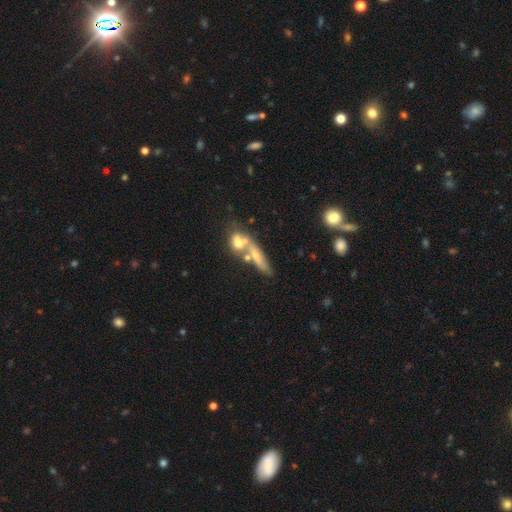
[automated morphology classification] Overall: smooth (51%; featured or disk 39%). How rounded: cigar-shaped (55%; in between 35%). Merging: merger (49%; none 30%).